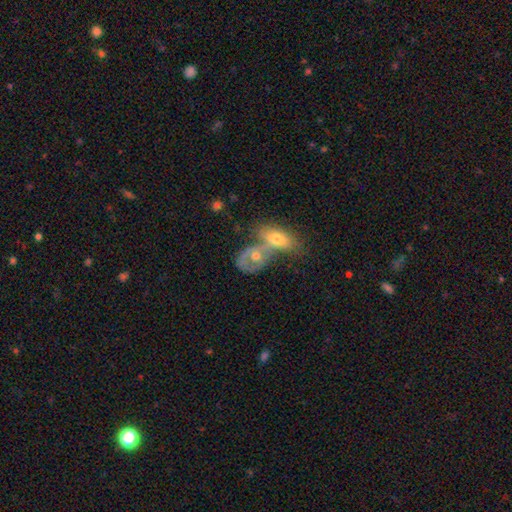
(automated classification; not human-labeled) The model was most divided on "smooth or featured": featured or disk: 51%, smooth: 42%, star or artifact: 7%. More confident: edge-on disk — no (91%); merging — merger (63%).